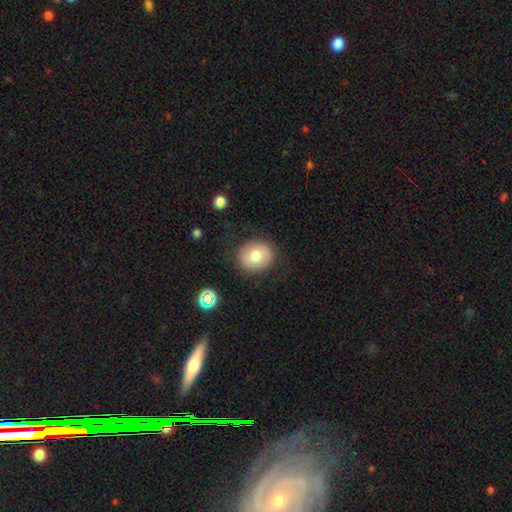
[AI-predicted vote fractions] Overall: smooth (72%). How rounded: round (73%). Merging: none (83%).